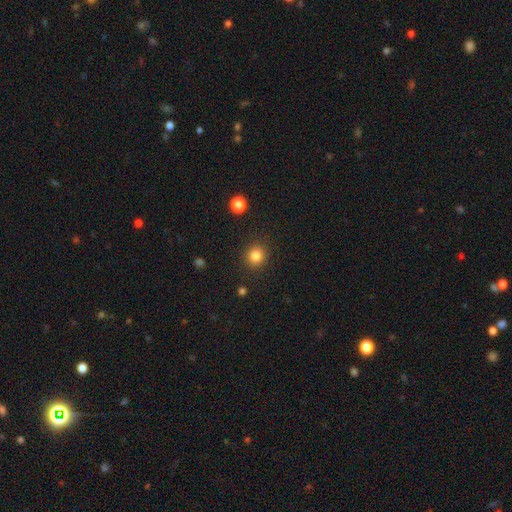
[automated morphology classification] Overall: smooth (83%). How rounded: round (89%). Merging: none (90%).